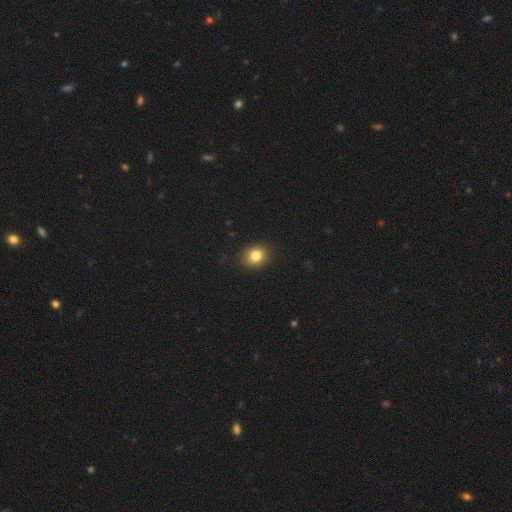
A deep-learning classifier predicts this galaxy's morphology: Smooth or featured? Predicted: smooth (p=0.82). How rounded? Predicted: round (p=0.69). Merging? Predicted: none (p=0.90).